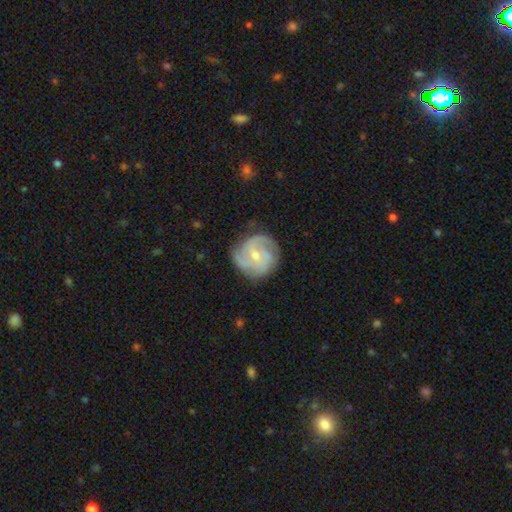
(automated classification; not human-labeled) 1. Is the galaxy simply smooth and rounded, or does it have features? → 82% featured or disk, 13% smooth, 5% star or artifact.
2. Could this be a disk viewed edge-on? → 98% no, 2% yes.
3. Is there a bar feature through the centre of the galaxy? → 48% no, 43% weak, 9% strong.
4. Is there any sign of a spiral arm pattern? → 95% yes, 5% no.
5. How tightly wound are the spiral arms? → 49% tight, 40% medium, 11% loose.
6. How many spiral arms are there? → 46% 3, 17% 2, 16% can't tell, 11% 4, 5% 1, 5% more than 4.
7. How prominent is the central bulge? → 54% small, 43% moderate, 2% none, 1% large, 1% dominant.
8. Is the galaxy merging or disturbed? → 76% none, 17% minor disturbance, 6% major disturbance, 1% merger.